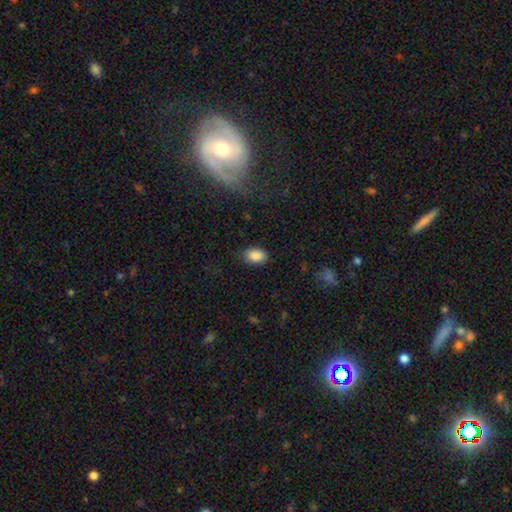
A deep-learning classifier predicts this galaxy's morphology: Q: Smooth or featured?
A: smooth (88%); runner-up: star or artifact (8%)
Q: How rounded?
A: in between (88%); runner-up: round (11%)
Q: Merging?
A: none (84%); runner-up: minor disturbance (12%)